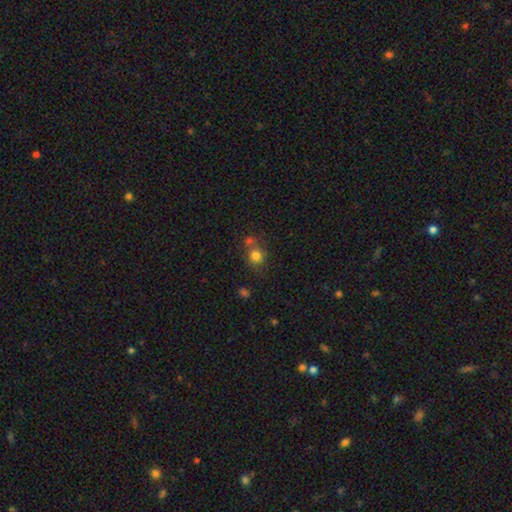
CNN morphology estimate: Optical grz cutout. It shows a smooth galaxy with no disk features (78%) that is round (78%). Merging: none (55%).